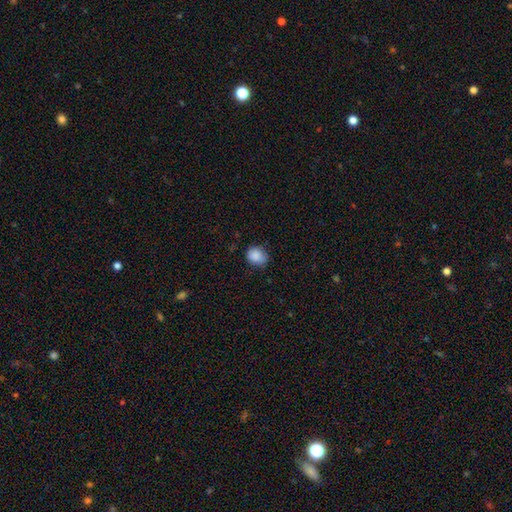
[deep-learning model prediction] This is clearly a smooth galaxy (87%). How rounded: likely round (68%). Merging: likely none (70%).